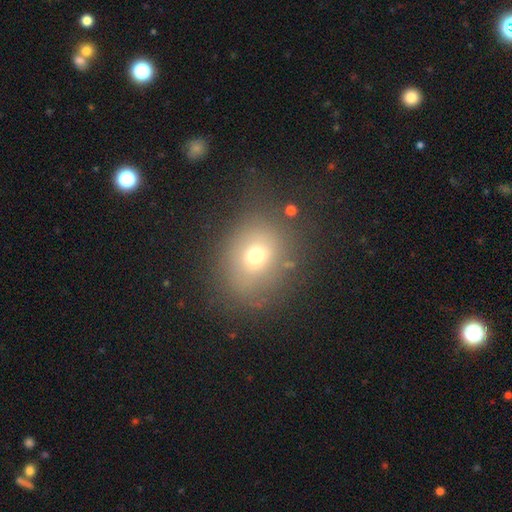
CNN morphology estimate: Q: Smooth or featured?
A: smooth (66%); runner-up: featured or disk (17%)
Q: How rounded?
A: round (61%); runner-up: in between (38%)
Q: Merging?
A: none (70%); runner-up: minor disturbance (17%)